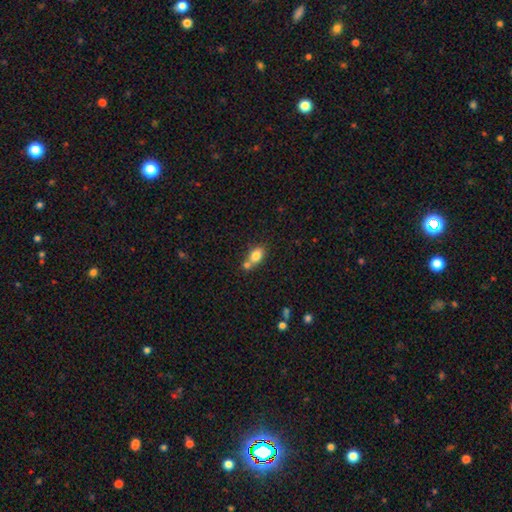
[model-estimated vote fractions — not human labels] A smooth galaxy with no disk features (80%) that is in between round and cigar-shaped (75%). Merging: merger (43%).